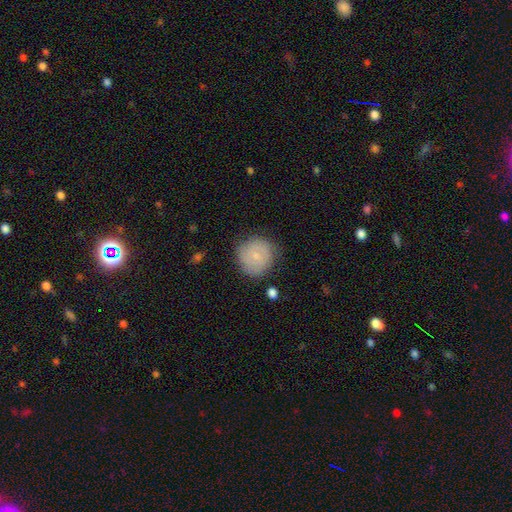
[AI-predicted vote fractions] smooth_or_featured: smooth (p=0.65) [alt: featured or disk p=0.28]
how_rounded: round (p=0.90) [alt: in between p=0.09]
merging: none (p=0.75) [alt: minor disturbance p=0.18]